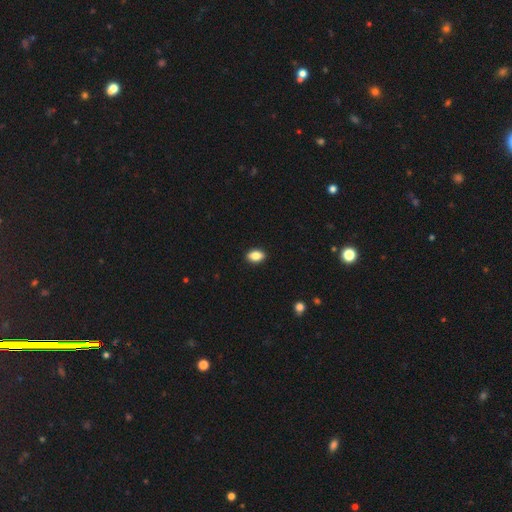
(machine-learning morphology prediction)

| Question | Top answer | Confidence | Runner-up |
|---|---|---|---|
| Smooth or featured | smooth | 85% | star or artifact (8%) |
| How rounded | in between | 86% | round (11%) |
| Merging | none | 90% | minor disturbance (7%) |